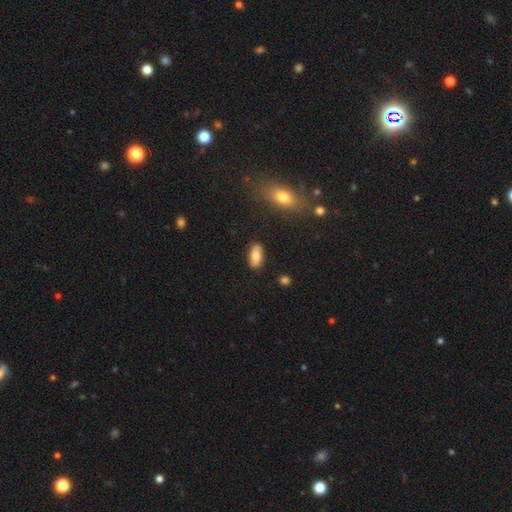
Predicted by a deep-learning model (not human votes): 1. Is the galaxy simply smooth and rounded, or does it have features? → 72% smooth, 21% featured or disk, 7% star or artifact.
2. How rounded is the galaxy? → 86% in between, 10% cigar-shaped, 4% round.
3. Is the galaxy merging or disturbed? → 85% none, 11% minor disturbance, 2% major disturbance, 2% merger.